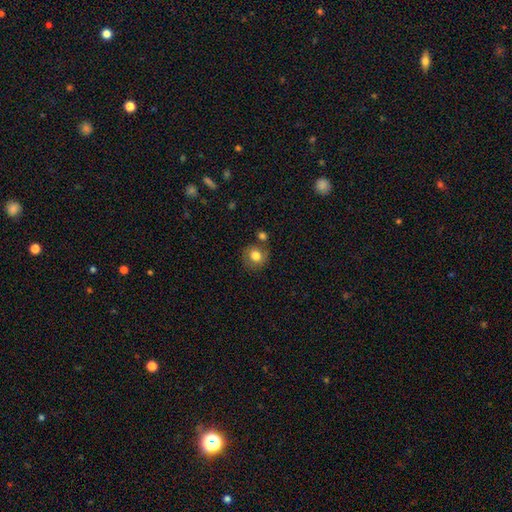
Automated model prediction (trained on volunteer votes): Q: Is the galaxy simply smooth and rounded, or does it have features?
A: smooth — 78%.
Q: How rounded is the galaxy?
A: round — 82%.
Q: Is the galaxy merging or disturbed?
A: none — 69%.